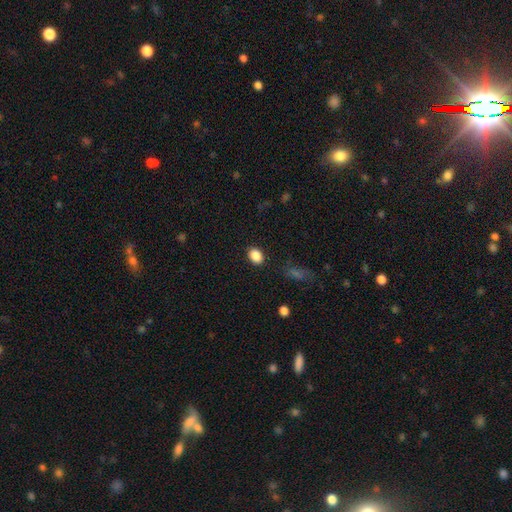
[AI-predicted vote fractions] A smooth galaxy with no disk features (88%) that is in between round and cigar-shaped (68%).

Vote fractions:
- Smooth or featured? smooth: 88% / star or artifact: 9% / featured or disk: 4%
- How rounded? in between: 68% / round: 31% / cigar-shaped: 1%
- Merging? none: 88% / minor disturbance: 8% / major disturbance: 3% / merger: 1%